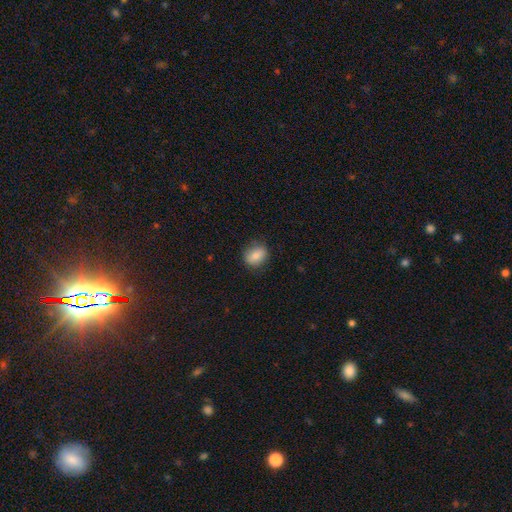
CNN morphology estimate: type=smooth (82%); roundness=in between (53%); merging=none (81%).